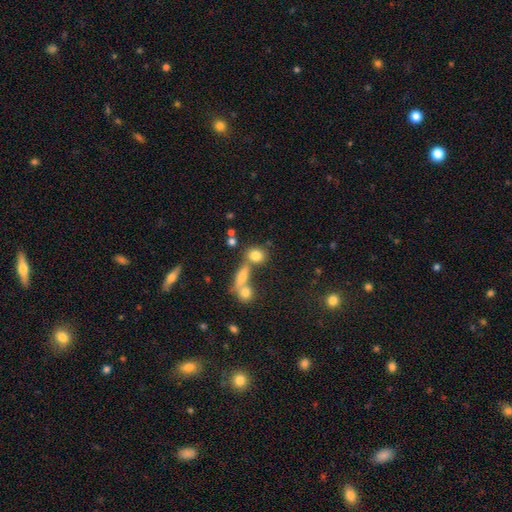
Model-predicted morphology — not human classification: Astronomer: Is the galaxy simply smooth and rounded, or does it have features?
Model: smooth — 78%.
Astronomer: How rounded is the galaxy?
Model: round — 59% (runner-up: in between, 36%).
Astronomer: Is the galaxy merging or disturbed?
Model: none — 53% (runner-up: merger, 31%).